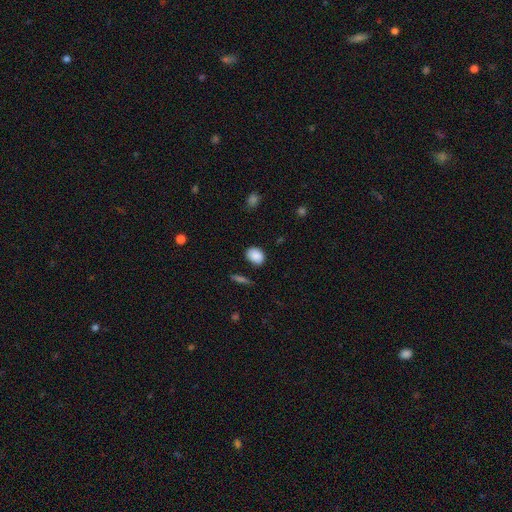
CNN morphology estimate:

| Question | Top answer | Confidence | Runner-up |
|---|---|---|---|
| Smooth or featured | smooth | 88% | star or artifact (8%) |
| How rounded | in between | 62% | round (37%) |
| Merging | none | 81% | minor disturbance (14%) |